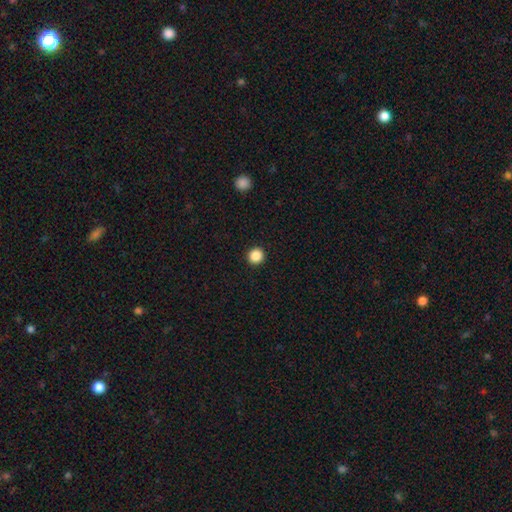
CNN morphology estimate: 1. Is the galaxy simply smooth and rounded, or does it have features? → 87% smooth, 10% star or artifact, 3% featured or disk.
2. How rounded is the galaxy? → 93% round, 6% in between, 1% cigar-shaped.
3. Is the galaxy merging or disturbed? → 94% none, 4% minor disturbance, 2% major disturbance, 1% merger.